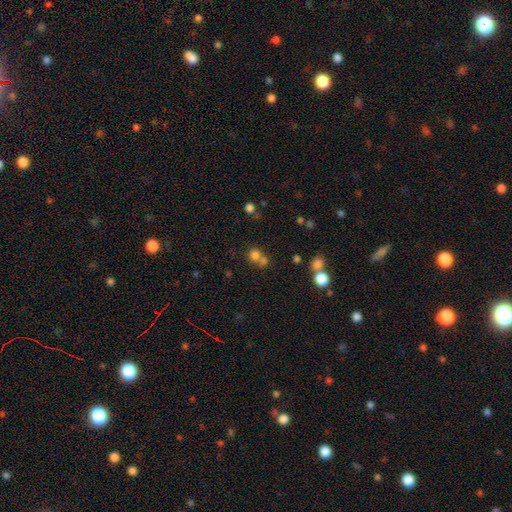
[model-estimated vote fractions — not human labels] smooth 74%, star or artifact 17%, featured or disk 9%. Down the decision tree: how rounded — round (85%); merging — none (47%).